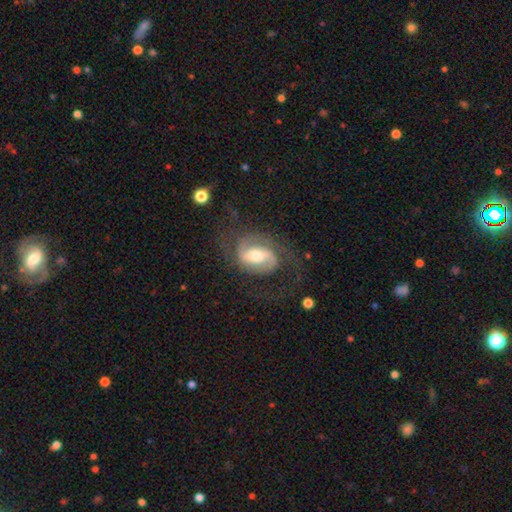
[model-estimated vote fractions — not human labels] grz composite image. It shows a featured or disk galaxy (82%) with a weak bar (43%), 2 (82%) medium (49%) spiral arms (93%) and a moderate central bulge (60%). Merging: none (60%).